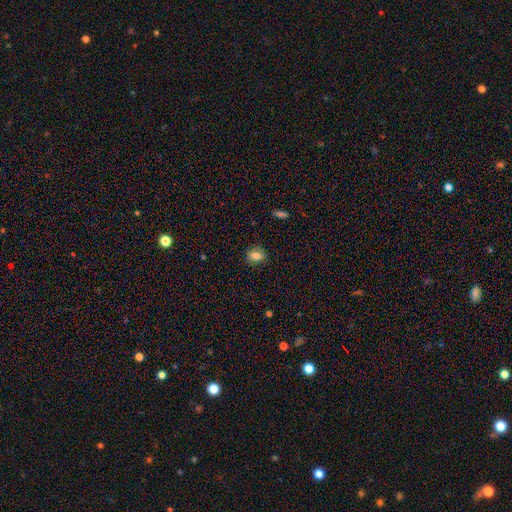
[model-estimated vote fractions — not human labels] The model was most divided on "how rounded": in between: 65%, round: 32%, cigar-shaped: 3%. More confident: merging — none (82%); smooth or featured — smooth (81%).